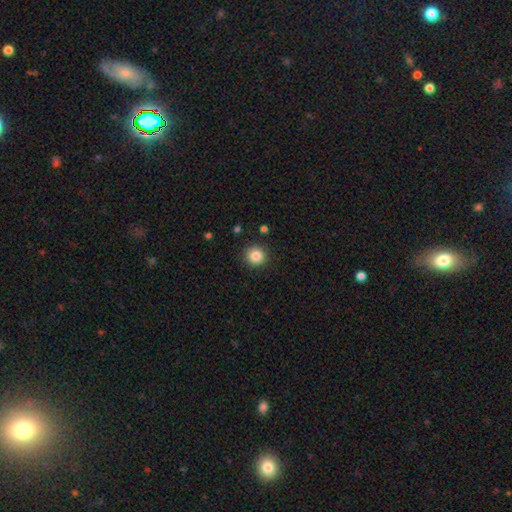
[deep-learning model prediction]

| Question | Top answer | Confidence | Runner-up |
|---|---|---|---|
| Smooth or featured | smooth | 85% | star or artifact (10%) |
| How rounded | round | 95% | in between (4%) |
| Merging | none | 91% | minor disturbance (5%) |